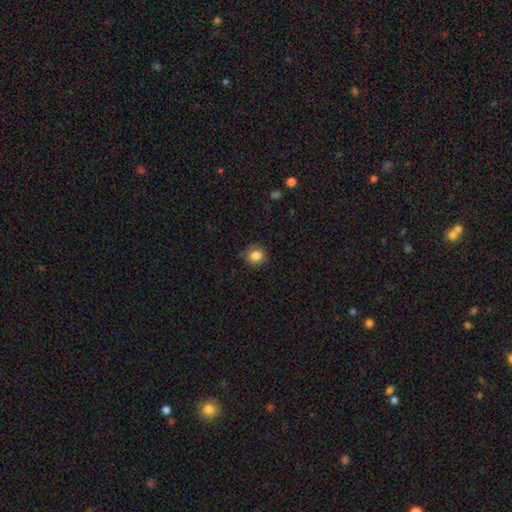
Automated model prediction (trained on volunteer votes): smooth 85%, star or artifact 10%, featured or disk 5%. Down the decision tree: how rounded — round (84%); merging — none (81%).